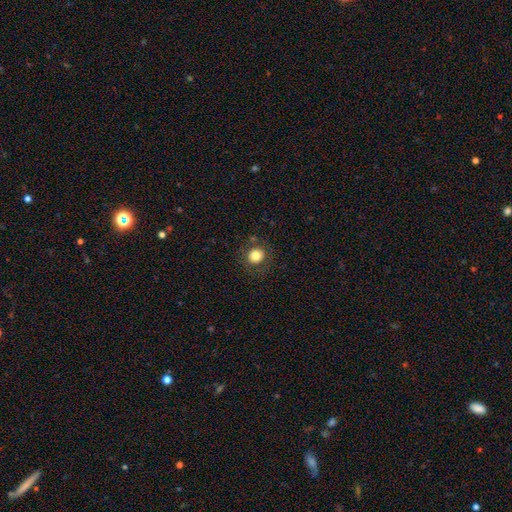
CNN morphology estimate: smooth-or-featured: smooth: 79% | star or artifact: 11% | featured or disk: 10%
  how-rounded: round: 88% | in between: 12% | cigar-shaped: 1%
  merging: none: 84% | minor disturbance: 9% | major disturbance: 4% | merger: 2%